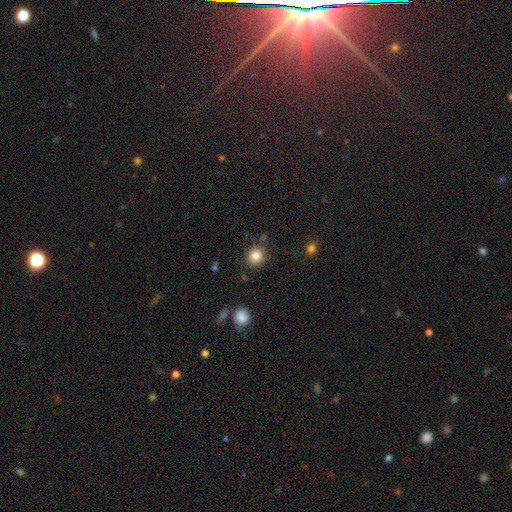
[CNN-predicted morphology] A smooth galaxy with no disk features (84%) that is round (78%). Merging: none (83%).